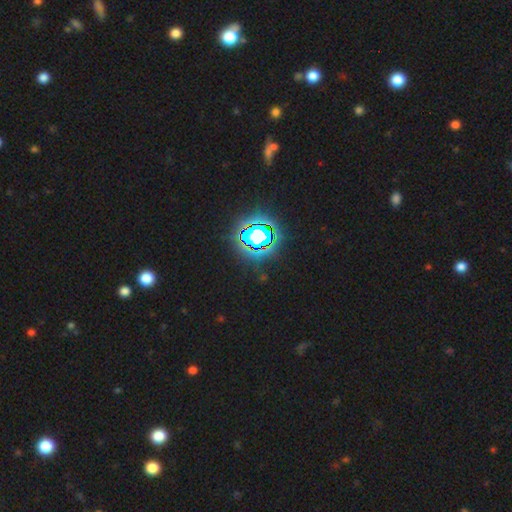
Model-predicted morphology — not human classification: The model was most divided on "smooth or featured": star or artifact: 83%, smooth: 11%, featured or disk: 7%.